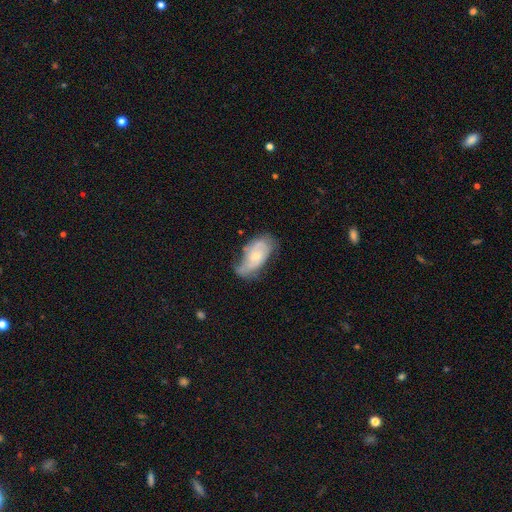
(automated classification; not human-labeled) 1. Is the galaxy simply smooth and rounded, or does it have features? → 61% featured or disk, 33% smooth, 7% star or artifact.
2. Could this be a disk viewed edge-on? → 94% no, 6% yes.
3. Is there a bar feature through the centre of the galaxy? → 71% no, 24% weak, 4% strong.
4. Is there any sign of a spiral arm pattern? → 79% yes, 21% no.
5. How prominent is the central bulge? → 57% small, 37% moderate, 3% none, 2% large, 1% dominant.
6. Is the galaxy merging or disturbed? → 44% none, 34% minor disturbance, 18% major disturbance, 4% merger.